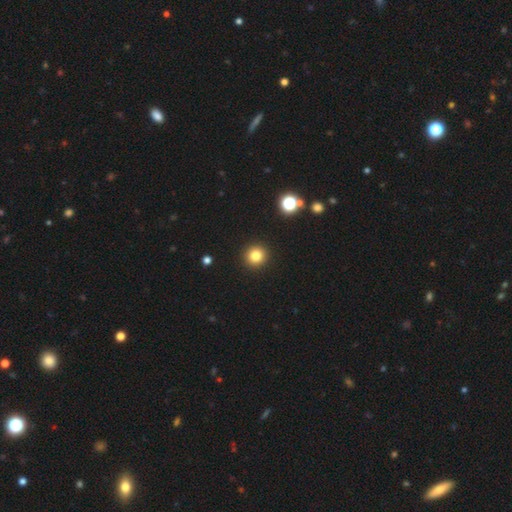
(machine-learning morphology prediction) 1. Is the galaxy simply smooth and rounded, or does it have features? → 81% smooth, 13% star or artifact, 6% featured or disk.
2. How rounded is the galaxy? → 94% round, 5% in between, 1% cigar-shaped.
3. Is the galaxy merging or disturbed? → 92% none, 4% minor disturbance, 2% major disturbance, 1% merger.